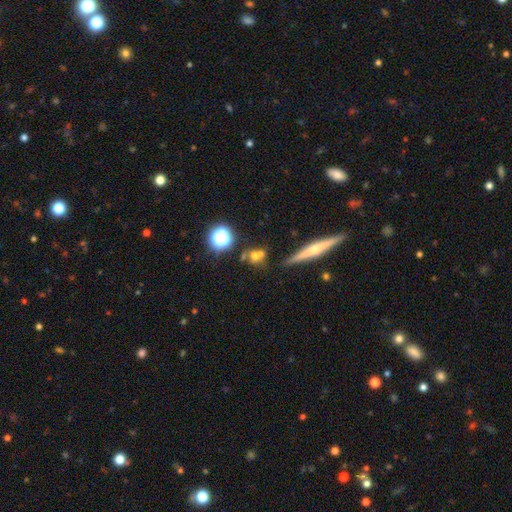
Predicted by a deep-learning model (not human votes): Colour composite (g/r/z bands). It shows a smooth galaxy with no disk features (60%) that is round (61%). Merging: none (56%).